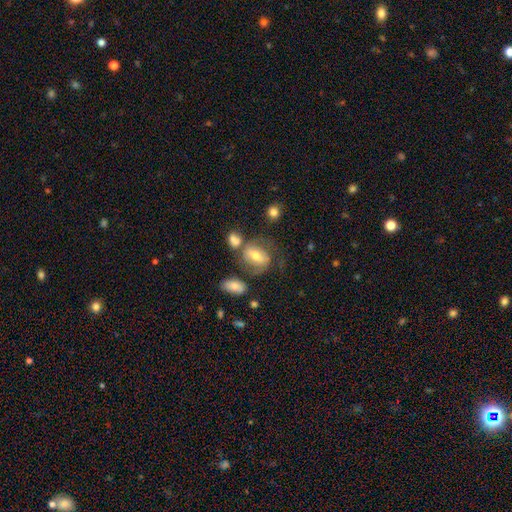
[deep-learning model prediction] Overall: smooth (47%; featured or disk 43%). Merging: none (46%; minor disturbance 20%).